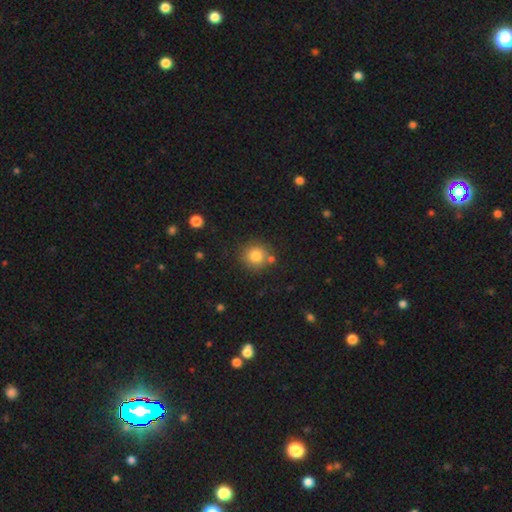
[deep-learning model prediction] This appears to be a smooth galaxy with no disk features (82%) that is round (91%). Merging: none (78%).